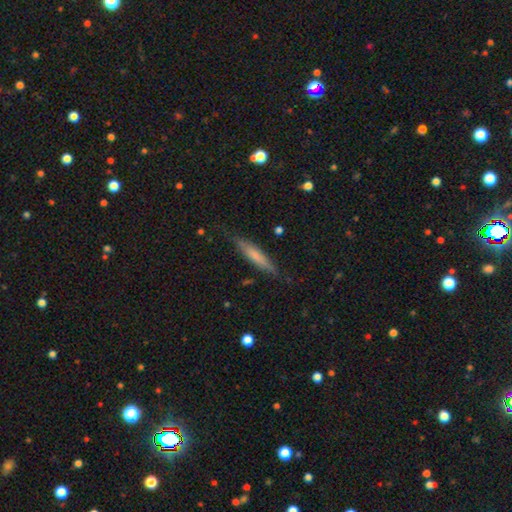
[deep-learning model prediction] A smooth galaxy with no disk features (60%) that is cigar-shaped (89%).

Vote fractions:
- Smooth or featured? smooth: 60% / featured or disk: 34% / star or artifact: 6%
- How rounded? cigar-shaped: 89% / in between: 9% / round: 2%
- Merging? none: 80% / minor disturbance: 15% / major disturbance: 3% / merger: 2%